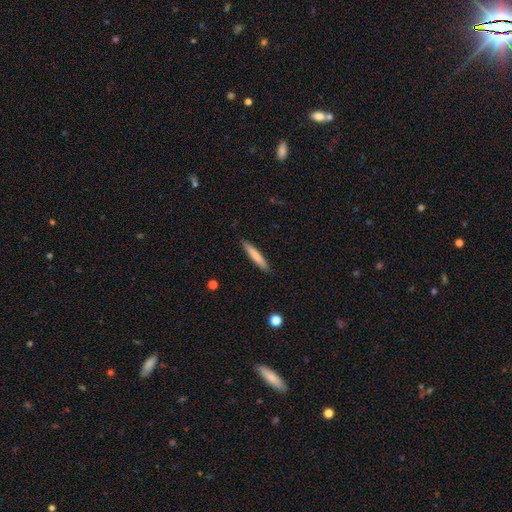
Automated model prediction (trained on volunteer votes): Smooth or featured? Predicted: smooth (p=0.78). How rounded? Predicted: cigar-shaped (p=0.93). Merging? Predicted: none (p=0.90).